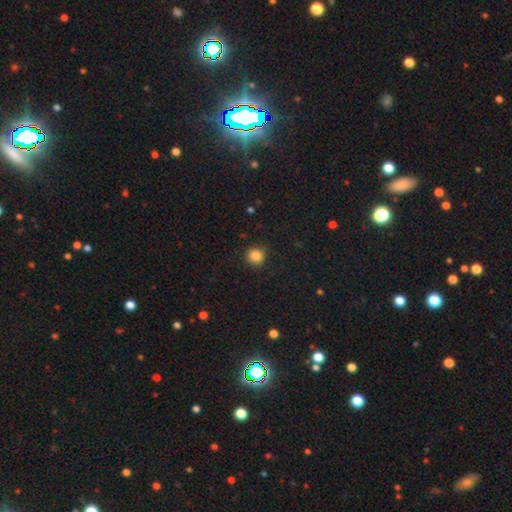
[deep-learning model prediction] This is clearly a smooth galaxy (85%). How rounded: clearly round (92%). Merging: clearly none (89%).